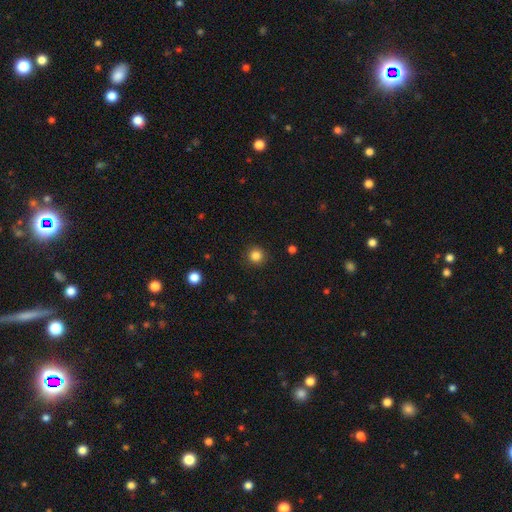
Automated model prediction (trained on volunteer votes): A smooth galaxy with no disk features (84%) that is round (95%). Merging: none (92%).